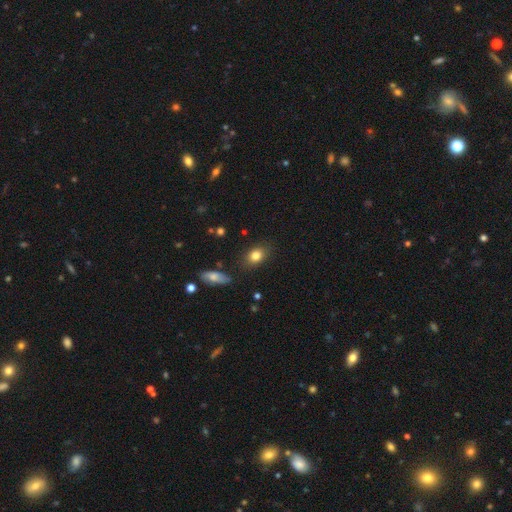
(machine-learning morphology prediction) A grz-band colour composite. It shows a smooth galaxy with no disk features (82%) that is in between round and cigar-shaped (73%). Merging: none (82%).